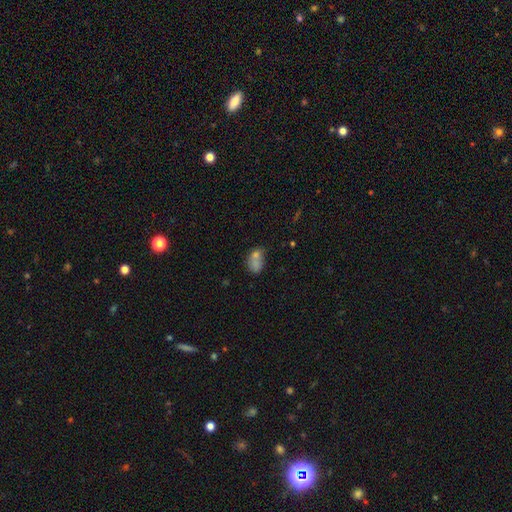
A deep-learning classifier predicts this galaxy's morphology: Smooth or featured?
  - smooth: 69% *
  - featured or disk: 17%
  - star or artifact: 14%
How rounded?
  - in between: 70% *
  - round: 28%
  - cigar-shaped: 2%
Merging?
  - merger: 45% *
  - none: 31%
  - minor disturbance: 14%
  - major disturbance: 9%